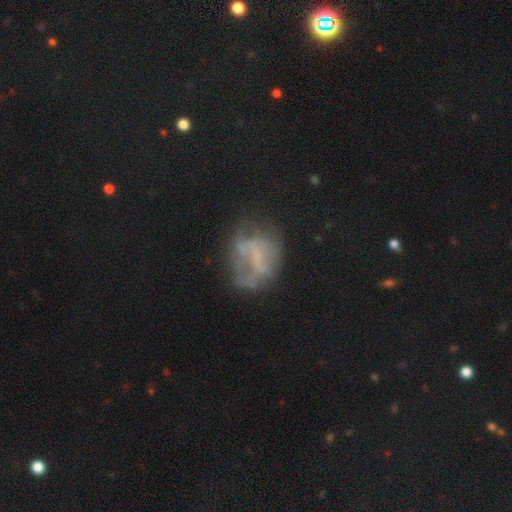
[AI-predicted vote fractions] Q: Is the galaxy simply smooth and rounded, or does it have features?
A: featured or disk — 51%.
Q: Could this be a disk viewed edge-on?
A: no — 97%.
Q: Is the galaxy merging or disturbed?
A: none — 44%.